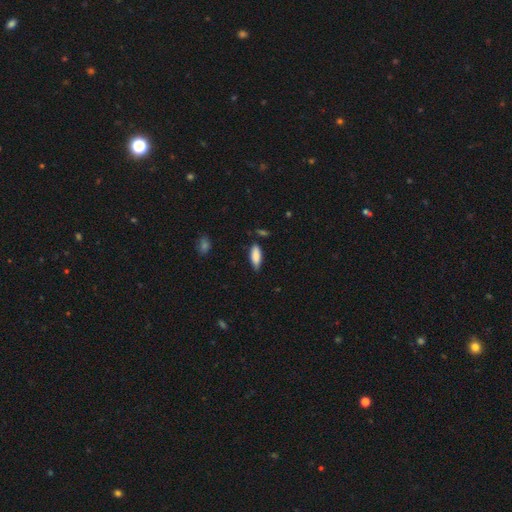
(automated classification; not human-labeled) Smooth or featured: smooth — 86% (featured or disk — 8%)
How rounded: in between — 69% (cigar-shaped — 30%)
Merging: none — 73% (minor disturbance — 21%)